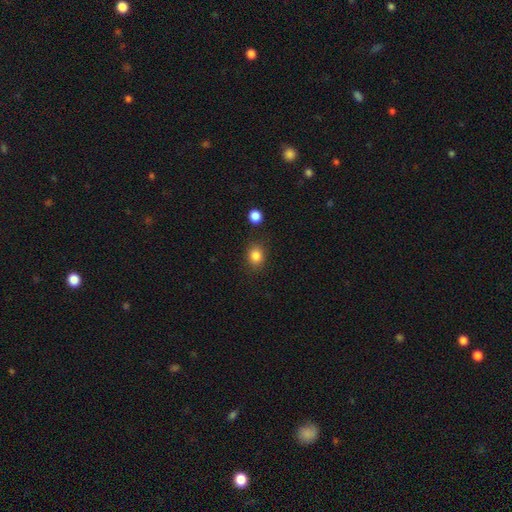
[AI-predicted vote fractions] This appears to be a smooth galaxy with no disk features (85%) that is round (63%). Merging: none (83%).